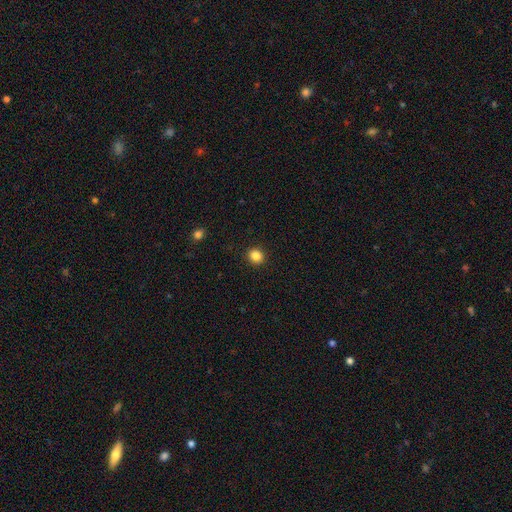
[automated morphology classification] Smooth or featured?
  - smooth: 85% *
  - star or artifact: 11%
  - featured or disk: 4%
How rounded?
  - round: 79% *
  - in between: 20%
  - cigar-shaped: 1%
Merging?
  - none: 92% *
  - minor disturbance: 5%
  - major disturbance: 2%
  - merger: 1%